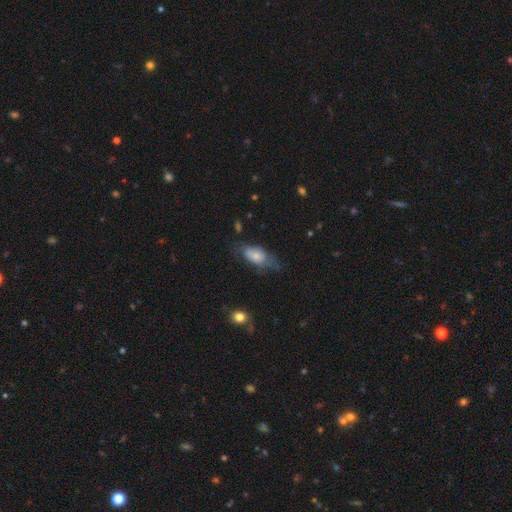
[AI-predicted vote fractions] smooth 58%, featured or disk 34%, star or artifact 8%. Down the decision tree: how rounded — in between (86%); merging — none (42%).